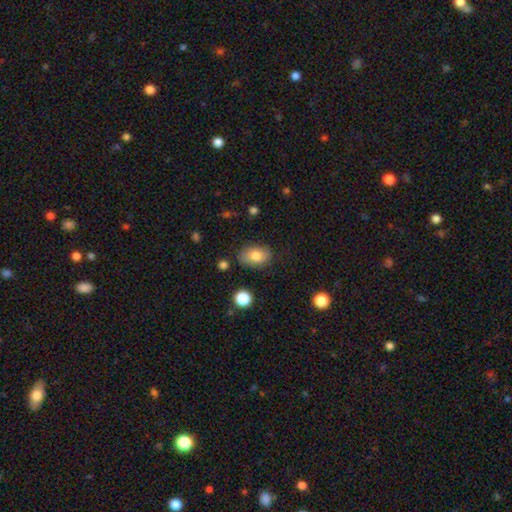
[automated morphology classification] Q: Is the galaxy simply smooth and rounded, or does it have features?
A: smooth — 80%.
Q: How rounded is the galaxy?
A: in between — 83%.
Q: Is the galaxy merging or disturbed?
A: none — 78%.